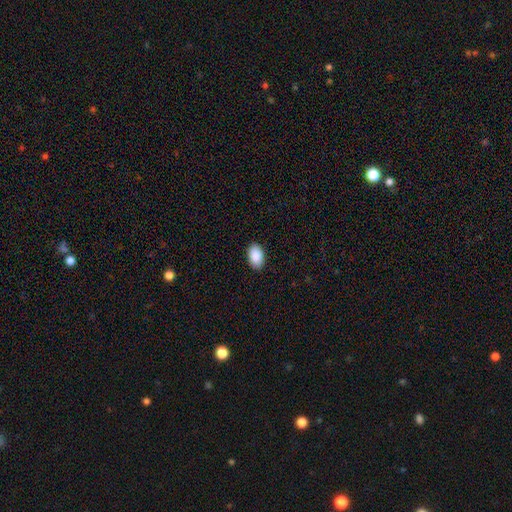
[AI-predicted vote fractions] smooth 91%, star or artifact 6%, featured or disk 3%. Down the decision tree: how rounded — in between (92%); merging — none (90%).